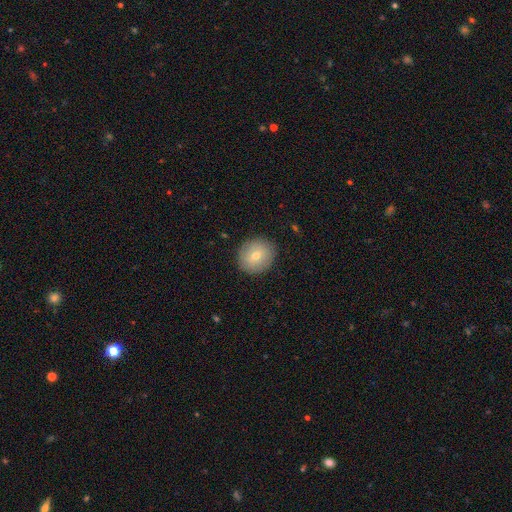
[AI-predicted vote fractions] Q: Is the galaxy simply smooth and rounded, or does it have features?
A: smooth — 72%.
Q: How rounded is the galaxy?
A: round — 84%.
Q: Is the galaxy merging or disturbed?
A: none — 90%.